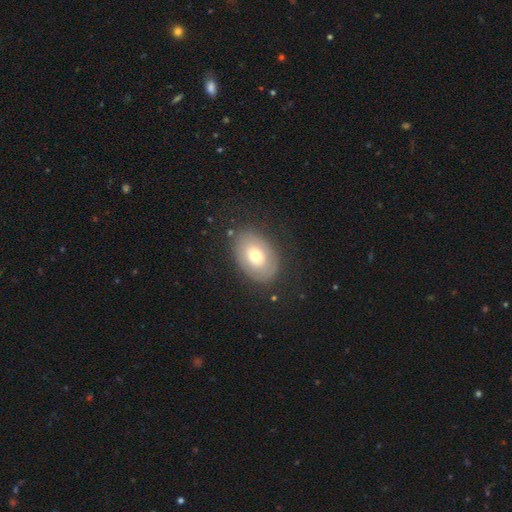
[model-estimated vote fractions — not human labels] smooth 58%, featured or disk 34%, star or artifact 8%. Down the decision tree: how rounded — in between (81%); merging — none (79%).